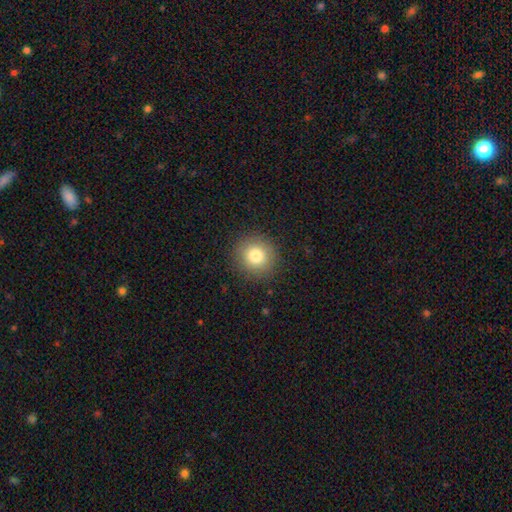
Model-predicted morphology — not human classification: The model was most divided on "smooth or featured": smooth: 81%, star or artifact: 10%, featured or disk: 8%. More confident: how rounded — round (91%); merging — none (90%).